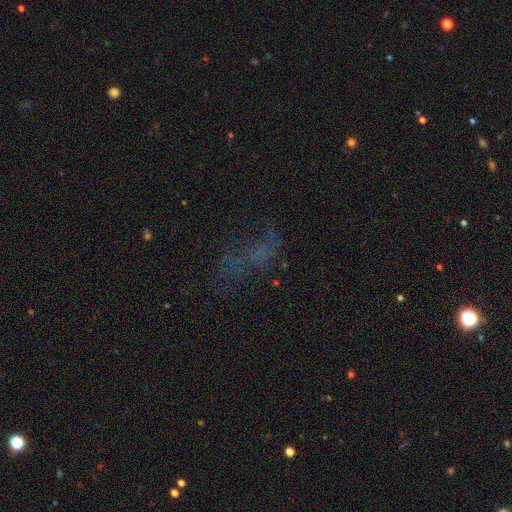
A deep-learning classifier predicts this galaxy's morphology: This is marginally a star or artifact rather than a galaxy (37%).